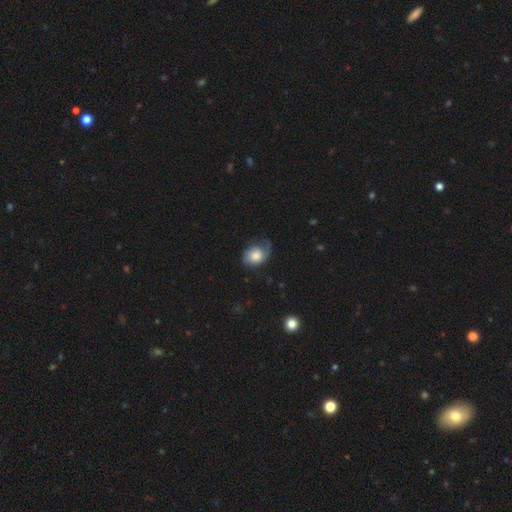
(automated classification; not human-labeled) A smooth galaxy with no disk features (54%) that is in between round and cigar-shaped (58%). Merging: none (47%).